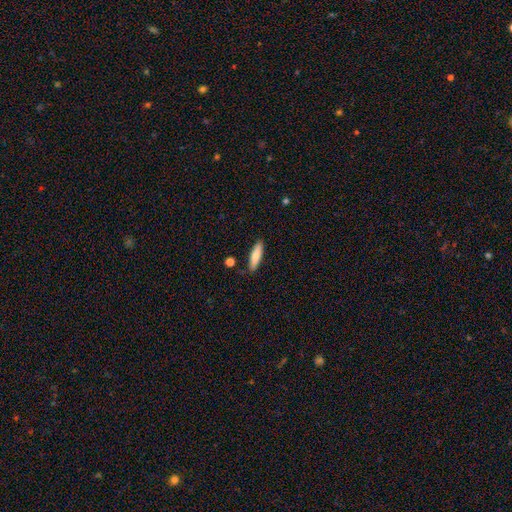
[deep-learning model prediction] A smooth galaxy with no disk features (77%) that is cigar-shaped (64%). Merging: none (84%).